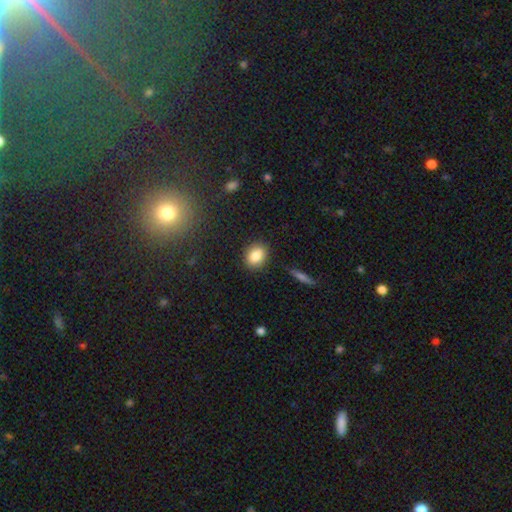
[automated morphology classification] Smooth or featured? smooth (85%)
How rounded? in between (53%)
Merging? none (88%)